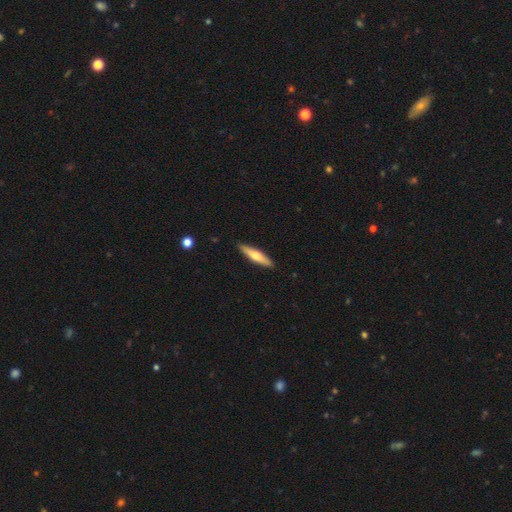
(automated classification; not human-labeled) Smooth or featured: smooth — 54% (featured or disk — 40%)
How rounded: cigar-shaped — 82% (in between — 16%)
Merging: none — 91% (minor disturbance — 7%)